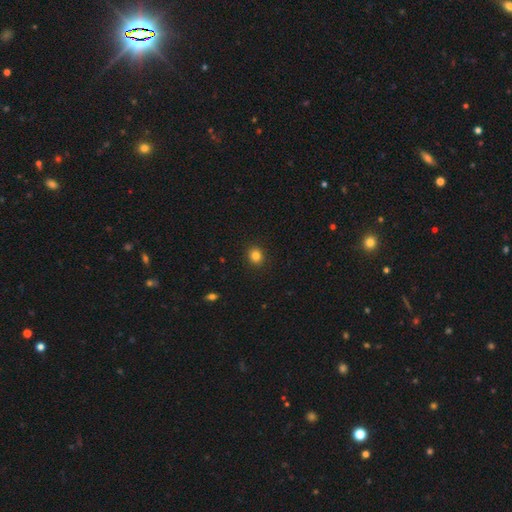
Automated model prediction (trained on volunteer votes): Smooth or featured: smooth — 83% (star or artifact — 12%)
How rounded: round — 78% (in between — 21%)
Merging: none — 91% (minor disturbance — 6%)